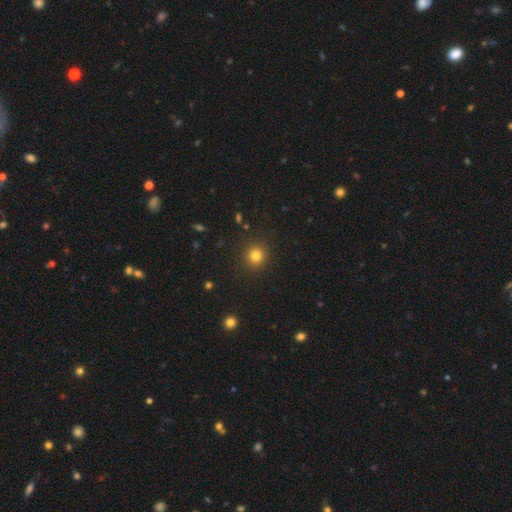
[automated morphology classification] smooth_or_featured: smooth (p=0.81) [alt: star or artifact p=0.14]
how_rounded: round (p=0.90) [alt: in between p=0.09]
merging: none (p=0.90) [alt: minor disturbance p=0.06]